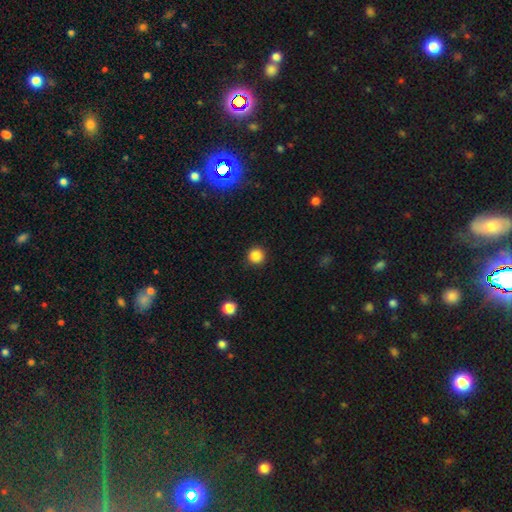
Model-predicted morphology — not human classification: smooth_or_featured: smooth (p=0.86) [alt: star or artifact p=0.11]
how_rounded: round (p=0.96) [alt: in between p=0.03]
merging: none (p=0.92) [alt: minor disturbance p=0.05]